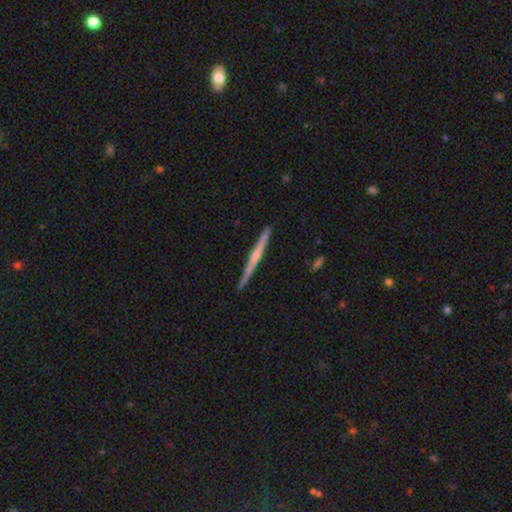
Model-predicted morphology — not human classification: smooth_or_featured: featured or disk (p=0.70) [alt: smooth p=0.25]
disk_edge_on: yes (p=0.98) [alt: no p=0.02]
edge_on_bulge: rounded (p=0.61) [alt: none p=0.30]
merging: none (p=0.91) [alt: minor disturbance p=0.06]